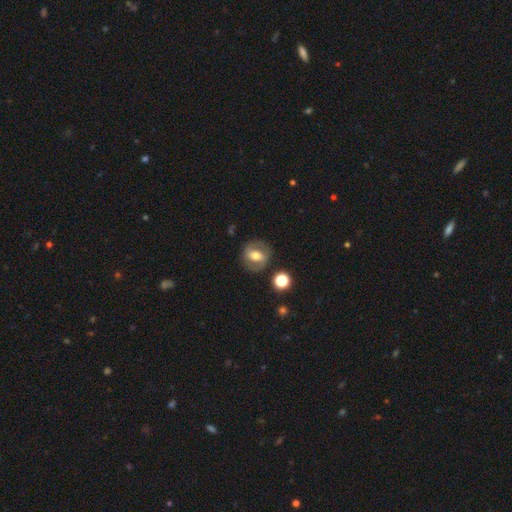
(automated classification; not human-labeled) smooth_or_featured: featured or disk (p=0.53) [alt: smooth p=0.39]
disk_edge_on: no (p=0.93) [alt: yes p=0.07]
merging: none (p=0.80) [alt: minor disturbance p=0.12]